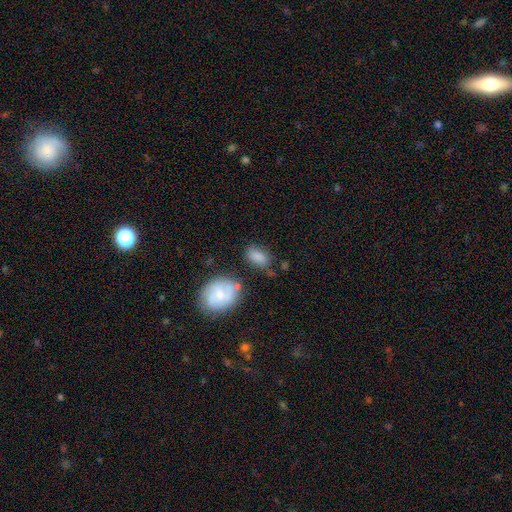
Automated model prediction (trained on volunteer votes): Smooth or featured: smooth — 81% (featured or disk — 12%)
How rounded: in between — 87% (round — 10%)
Merging: none — 62% (minor disturbance — 21%)